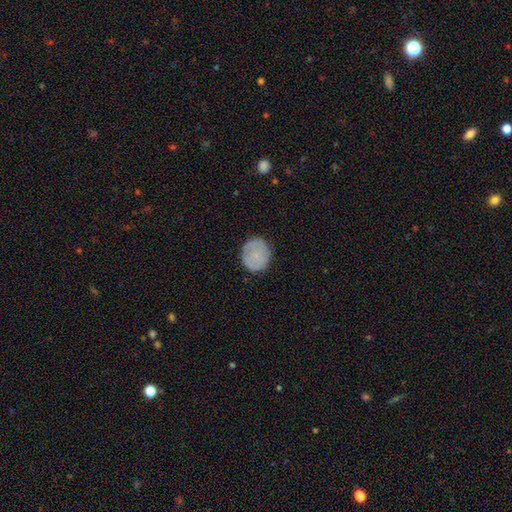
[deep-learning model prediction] The model was most divided on "smooth or featured": smooth: 71%, featured or disk: 21%, star or artifact: 7%. More confident: how rounded — round (84%); merging — none (82%).